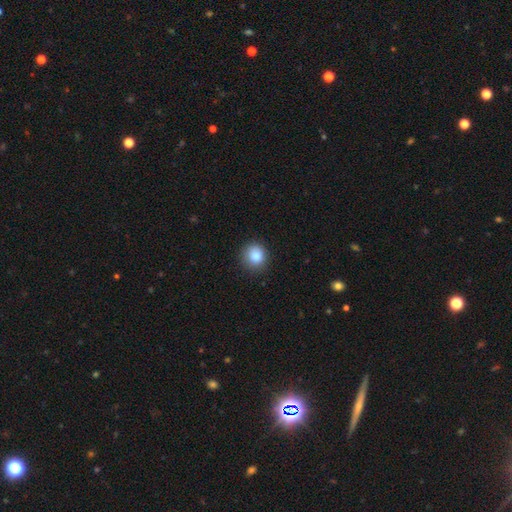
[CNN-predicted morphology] Overall: smooth (86%). How rounded: round (88%). Merging: none (86%).